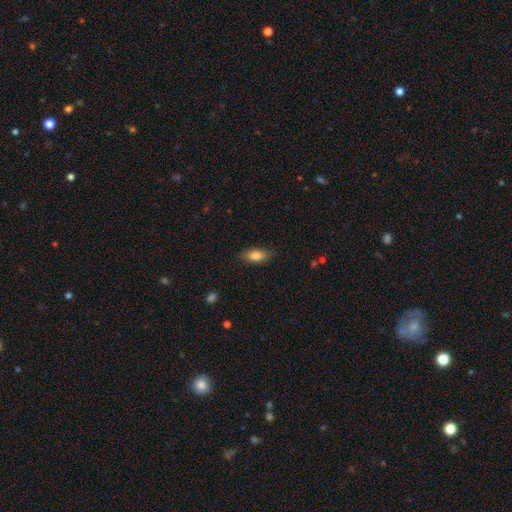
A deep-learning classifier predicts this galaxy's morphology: A smooth galaxy with no disk features (82%) that is in between round and cigar-shaped (82%). Merging: none (83%).